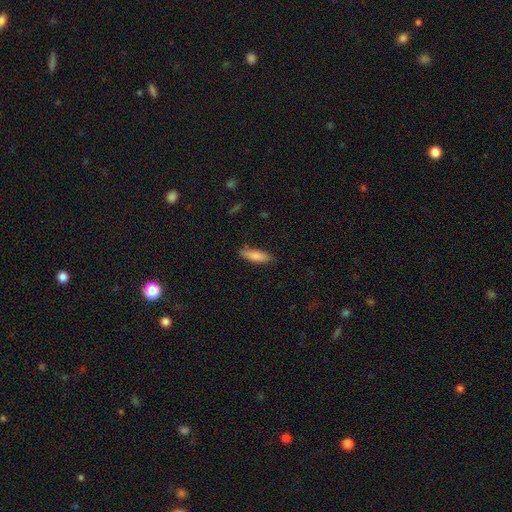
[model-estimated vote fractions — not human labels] smooth_or_featured: smooth (p=0.84) [alt: featured or disk p=0.10]
how_rounded: cigar-shaped (p=0.59) [alt: in between p=0.39]
merging: none (p=0.83) [alt: minor disturbance p=0.13]